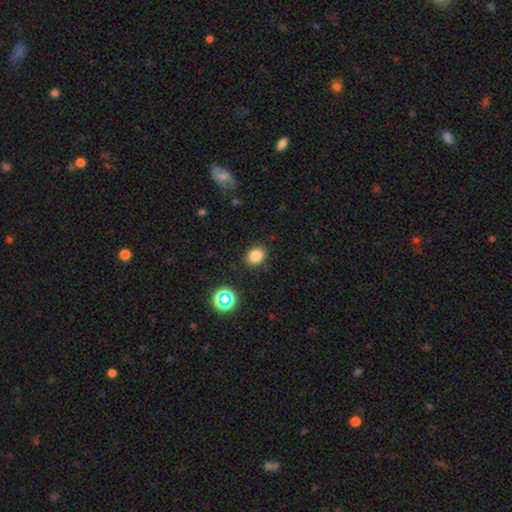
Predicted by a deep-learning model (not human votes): A smooth galaxy with no disk features (81%) that is in between round and cigar-shaped (53%).

Vote fractions:
- Smooth or featured? smooth: 81% / star or artifact: 14% / featured or disk: 5%
- How rounded? in between: 53% / round: 46% / cigar-shaped: 1%
- Merging? none: 86% / minor disturbance: 10% / major disturbance: 3% / merger: 2%